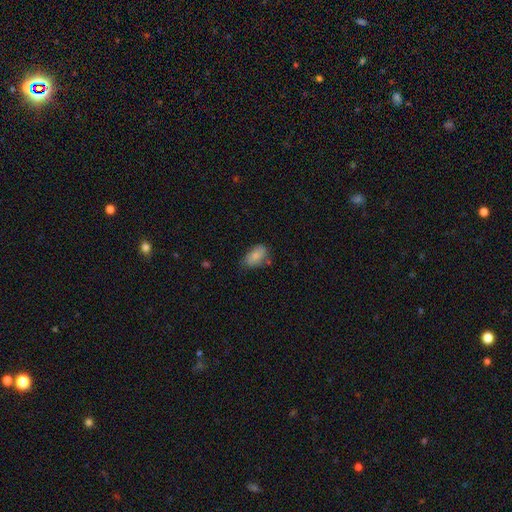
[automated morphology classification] A smooth galaxy with no disk features (80%) that is in between round and cigar-shaped (92%). Merging: none (63%).